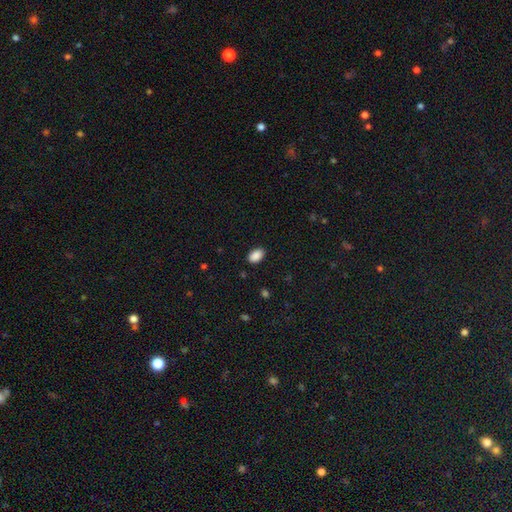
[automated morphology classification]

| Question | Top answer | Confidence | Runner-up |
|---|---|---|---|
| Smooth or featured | smooth | 89% | star or artifact (8%) |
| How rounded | in between | 91% | round (8%) |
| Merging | none | 88% | minor disturbance (9%) |